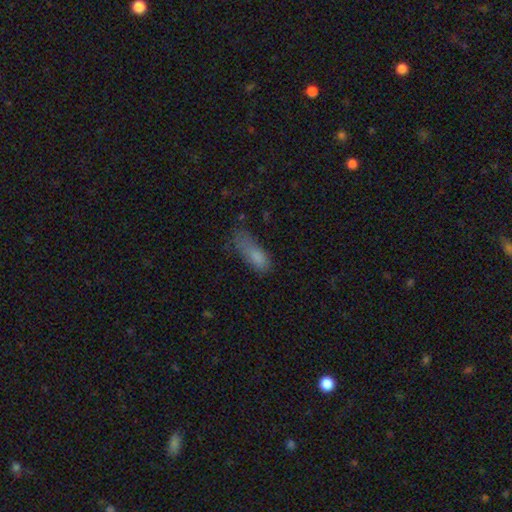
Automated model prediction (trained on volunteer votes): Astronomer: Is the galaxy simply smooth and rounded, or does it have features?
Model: smooth — 79%.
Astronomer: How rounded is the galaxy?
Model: in between — 63%.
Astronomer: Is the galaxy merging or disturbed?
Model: none — 37% (runner-up: minor disturbance, 35%).